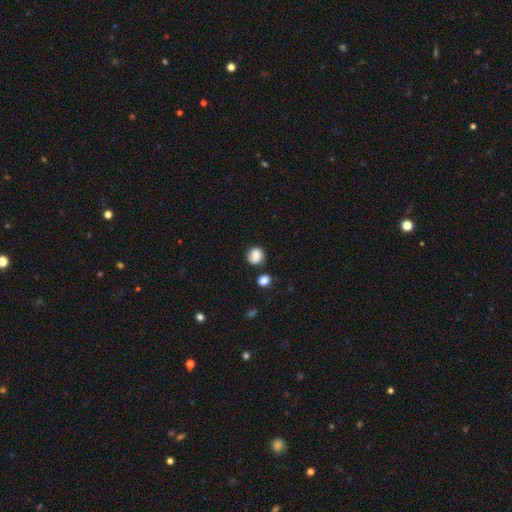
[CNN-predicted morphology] Q: Smooth or featured?
A: smooth (84%); runner-up: star or artifact (9%)
Q: How rounded?
A: round (88%); runner-up: in between (11%)
Q: Merging?
A: none (77%); runner-up: minor disturbance (13%)